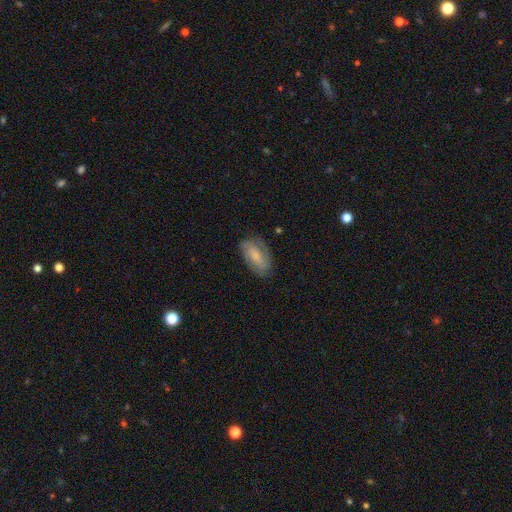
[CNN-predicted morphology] This appears to be a featured or disk galaxy (48%). Merging: none (75%).